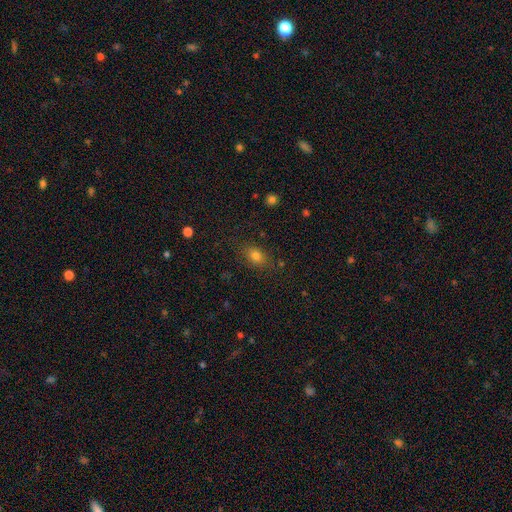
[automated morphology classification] Smooth or featured: smooth — 78% (star or artifact — 14%)
How rounded: in between — 73% (round — 24%)
Merging: none — 82% (minor disturbance — 13%)